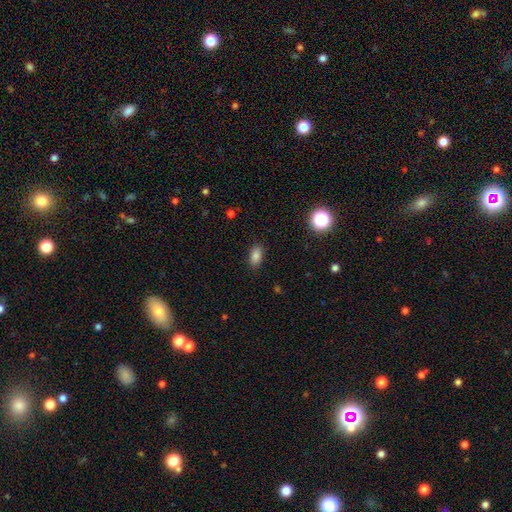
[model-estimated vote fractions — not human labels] Morphology: type=smooth (83%); roundness=in between (89%); merging=none (87%).